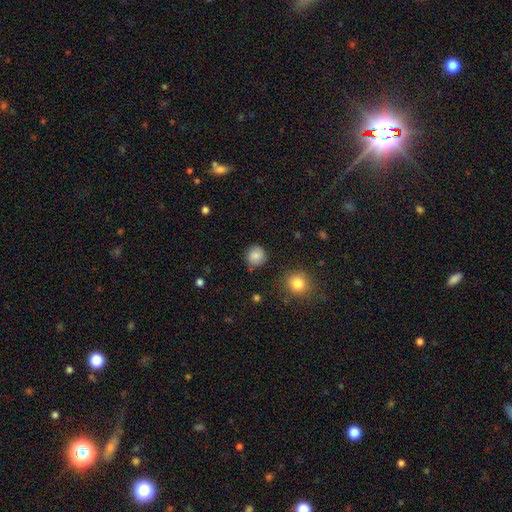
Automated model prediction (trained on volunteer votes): A smooth galaxy with no disk features (81%) that is round (90%).

Vote fractions:
- Smooth or featured? smooth: 81% / featured or disk: 9% / star or artifact: 9%
- How rounded? round: 90% / in between: 9% / cigar-shaped: 1%
- Merging? none: 83% / minor disturbance: 12% / major disturbance: 3% / merger: 2%